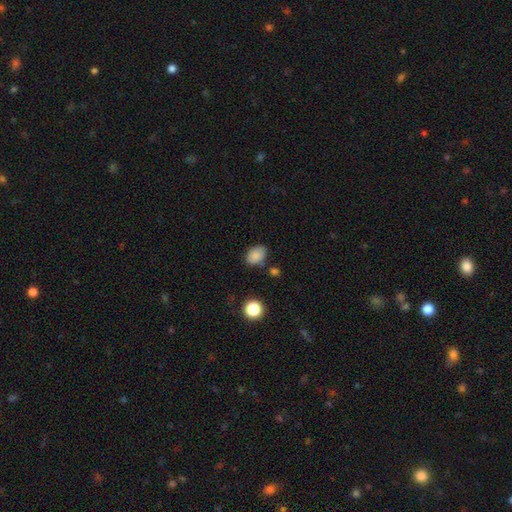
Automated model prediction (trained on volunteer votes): smooth_or_featured: smooth (p=0.85) [alt: star or artifact p=0.10]
how_rounded: in between (p=0.80) [alt: round p=0.18]
merging: none (p=0.75) [alt: minor disturbance p=0.16]